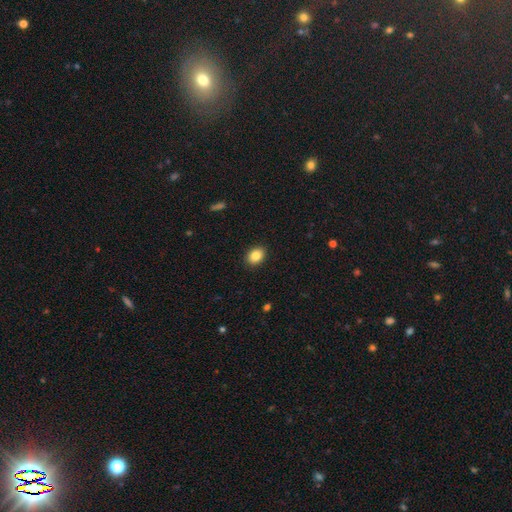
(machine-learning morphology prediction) The model was most divided on "how rounded": in between: 65%, round: 34%, cigar-shaped: 1%. More confident: merging — none (90%); smooth or featured — smooth (85%).